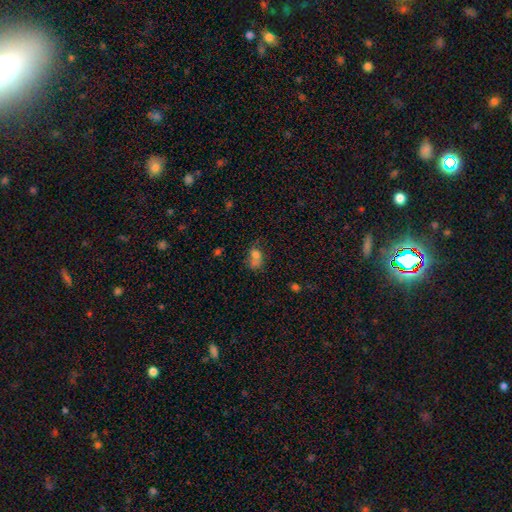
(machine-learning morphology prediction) Q: Smooth or featured?
A: smooth (68%); runner-up: featured or disk (17%)
Q: How rounded?
A: in between (68%); runner-up: round (29%)
Q: Merging?
A: merger (33%); runner-up: none (30%)